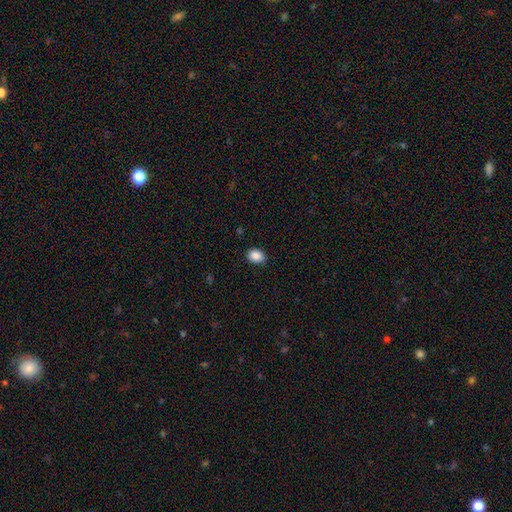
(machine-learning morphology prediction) Overall: smooth (88%). How rounded: in between (60%; round 39%). Merging: none (84%).